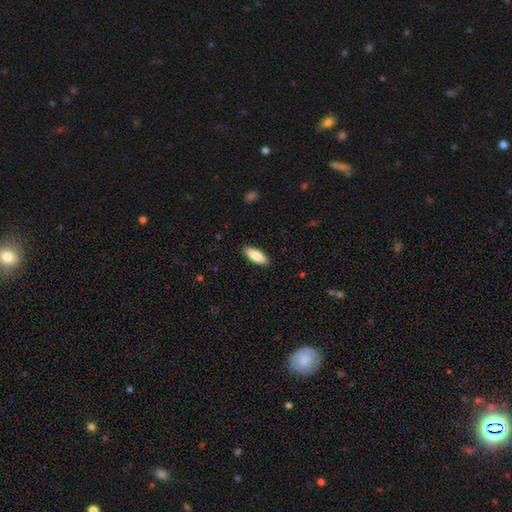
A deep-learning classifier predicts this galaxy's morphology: Smooth or featured? Predicted: smooth (p=0.75). How rounded? Predicted: in between (p=0.62). Merging? Predicted: none (p=0.89).